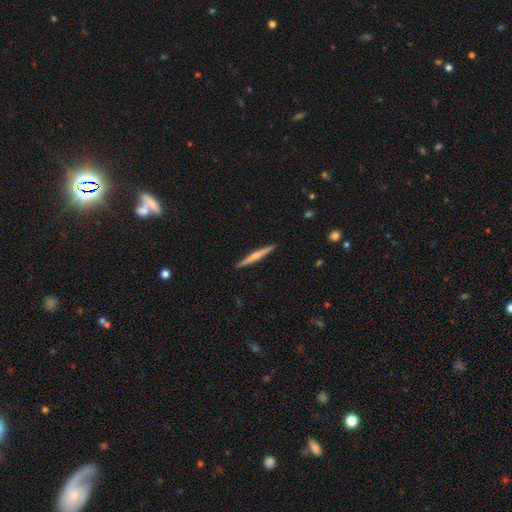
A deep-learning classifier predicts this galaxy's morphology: type=featured or disk (52%); edge-on=yes (98%); edge-on bulge=rounded (64%); merging=none (92%).